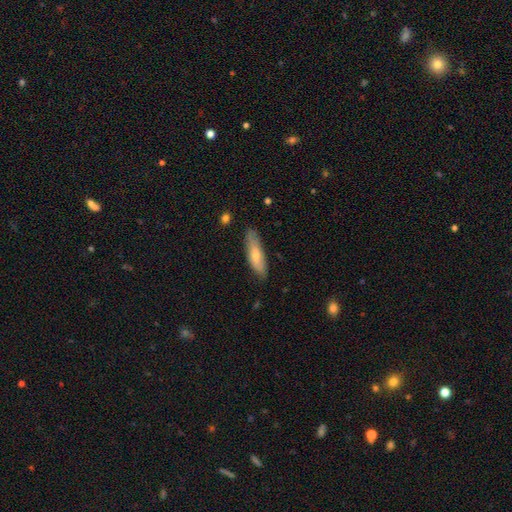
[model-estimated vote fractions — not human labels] smooth 67%, featured or disk 28%, star or artifact 6%. Down the decision tree: how rounded — cigar-shaped (56%); merging — none (76%).